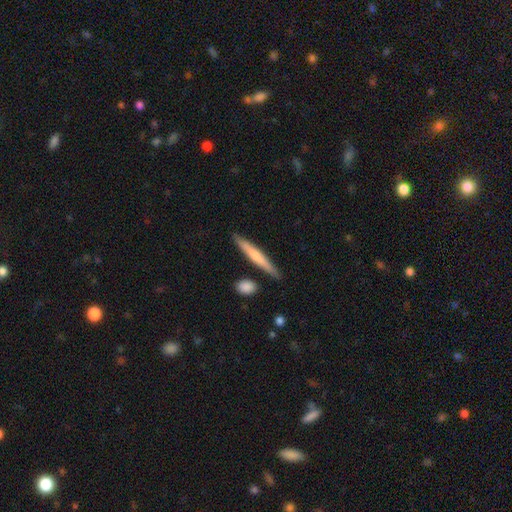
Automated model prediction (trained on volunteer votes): Overall: smooth (58%; featured or disk 37%). How rounded: cigar-shaped (94%). Merging: none (85%).